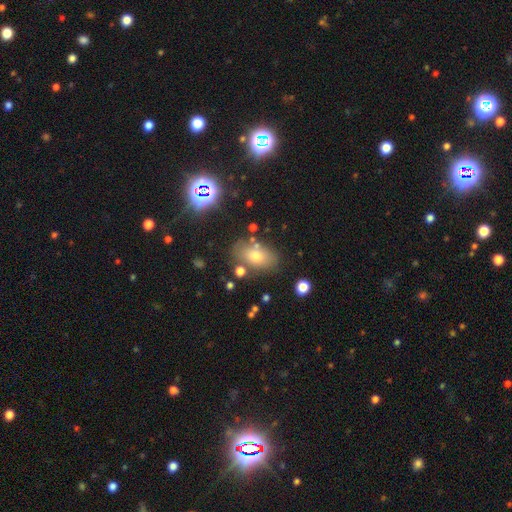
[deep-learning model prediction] Q: Smooth or featured?
A: smooth (64%); runner-up: star or artifact (19%)
Q: How rounded?
A: in between (86%); runner-up: round (12%)
Q: Merging?
A: none (77%); runner-up: minor disturbance (13%)